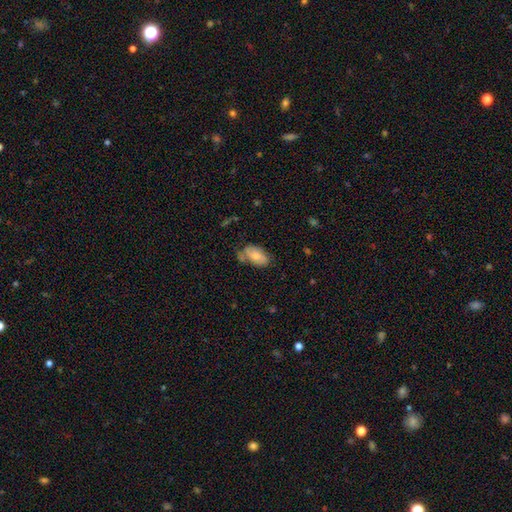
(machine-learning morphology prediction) Smooth or featured: smooth — 70% (featured or disk — 23%)
How rounded: in between — 93% (round — 5%)
Merging: none — 52% (minor disturbance — 27%)